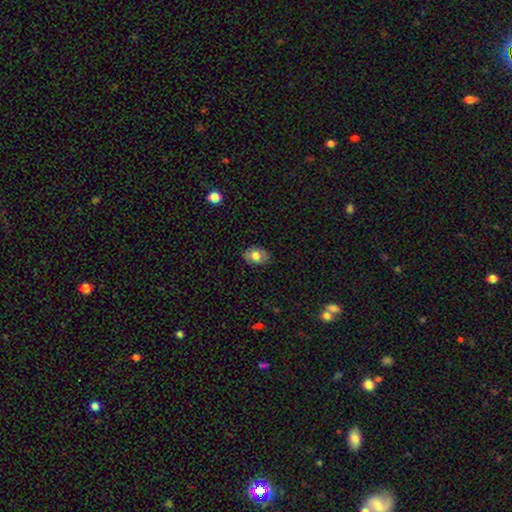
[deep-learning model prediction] A smooth galaxy with no disk features (76%) that is in between round and cigar-shaped (76%).

Vote fractions:
- Smooth or featured? smooth: 76% / featured or disk: 16% / star or artifact: 8%
- How rounded? in between: 76% / round: 23% / cigar-shaped: 1%
- Merging? none: 83% / minor disturbance: 14% / major disturbance: 3% / merger: 1%